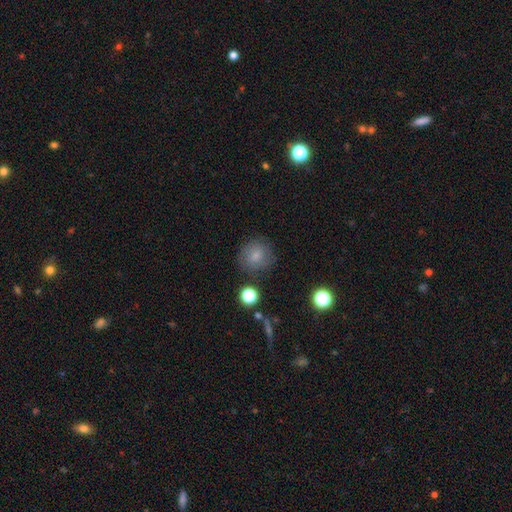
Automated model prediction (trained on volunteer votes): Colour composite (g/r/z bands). It shows a smooth galaxy with no disk features (76%) that is round (88%). Merging: none (78%).